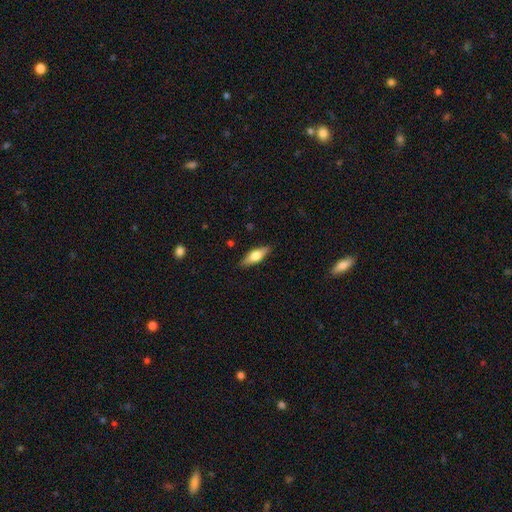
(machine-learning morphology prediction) type=smooth (55%); roundness=in between (58%); merging=none (87%).